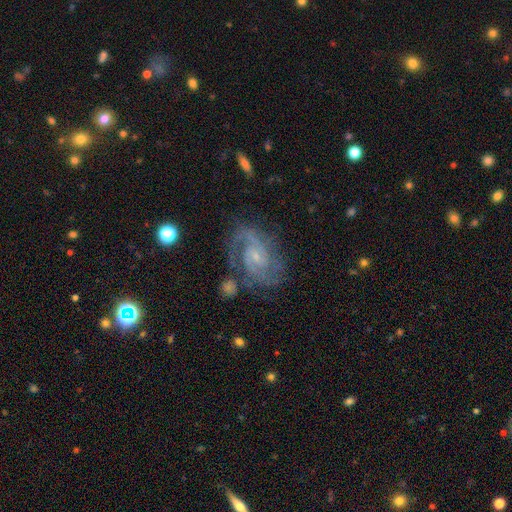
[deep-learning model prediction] Smooth or featured: featured or disk — 88% (star or artifact — 6%)
Edge-on disk: no — 98% (yes — 2%)
Bar: no — 50% (weak — 41%)
Spiral arms: yes — 97% (no — 3%)
Spiral winding: medium — 49% (tight — 40%)
Spiral arm count: 2 — 65% (3 — 13%)
Bulge size: small — 75% (moderate — 17%)
Merging: none — 68% (minor disturbance — 18%)